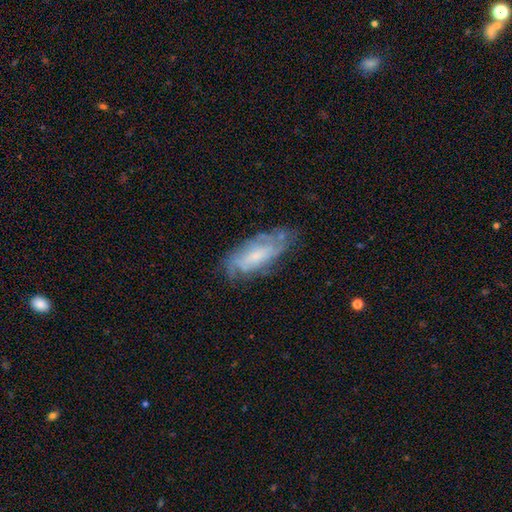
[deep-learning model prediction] Q: Smooth or featured?
A: featured or disk (62%); runner-up: smooth (30%)
Q: Edge-on disk?
A: no (86%); runner-up: yes (14%)
Q: Bar?
A: no (61%); runner-up: weak (31%)
Q: Spiral arms?
A: yes (79%); runner-up: no (21%)
Q: Bulge size?
A: small (48%); runner-up: moderate (28%)
Q: Merging?
A: none (65%); runner-up: minor disturbance (24%)